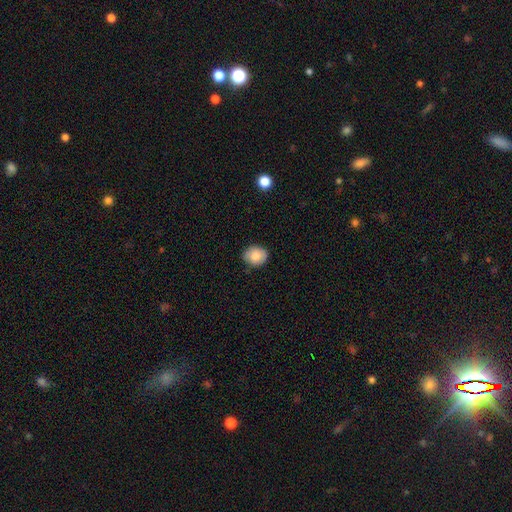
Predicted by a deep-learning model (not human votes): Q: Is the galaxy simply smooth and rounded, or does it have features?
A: smooth — 81%.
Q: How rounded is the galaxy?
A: round — 64%.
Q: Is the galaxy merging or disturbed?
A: none — 81%.